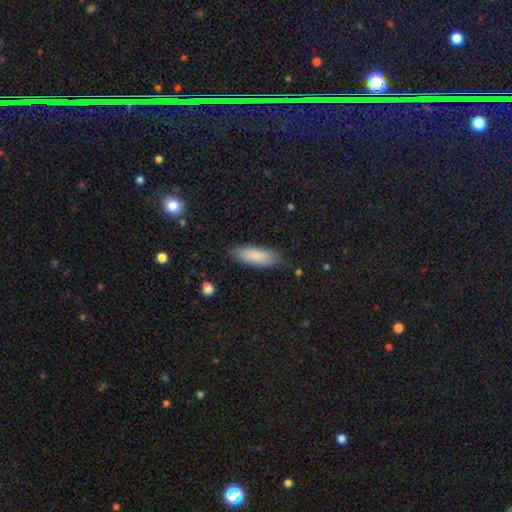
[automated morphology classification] Q: Smooth or featured?
A: smooth (85%); runner-up: featured or disk (9%)
Q: How rounded?
A: in between (62%); runner-up: cigar-shaped (37%)
Q: Merging?
A: none (80%); runner-up: minor disturbance (16%)